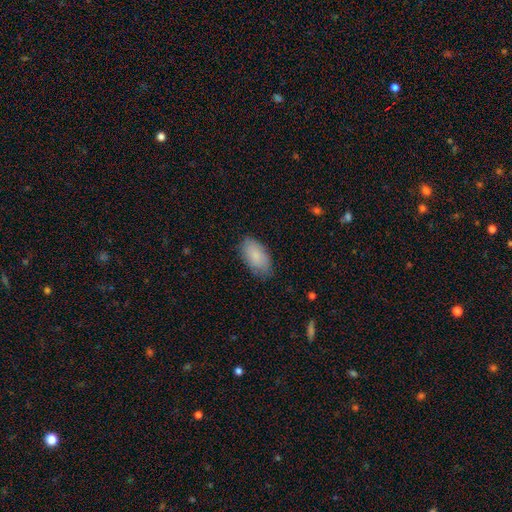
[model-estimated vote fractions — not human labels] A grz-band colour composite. It shows a smooth galaxy with no disk features (85%) that is in between round and cigar-shaped (95%). Merging: none (80%).